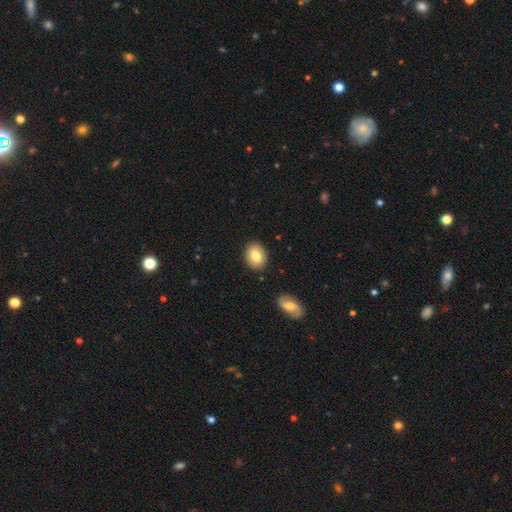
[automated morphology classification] This appears to be a smooth galaxy with no disk features (79%) that is in between round and cigar-shaped (59%). Merging: none (87%).